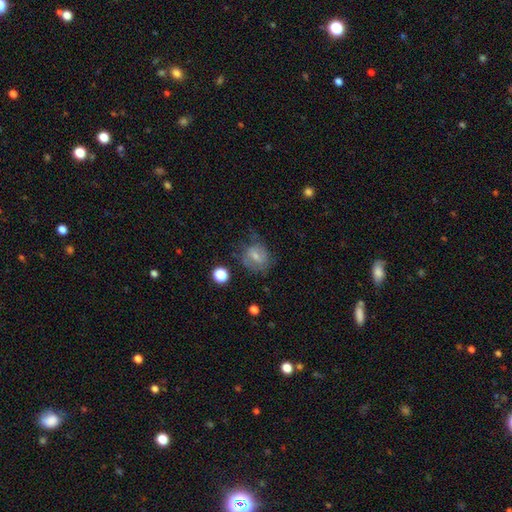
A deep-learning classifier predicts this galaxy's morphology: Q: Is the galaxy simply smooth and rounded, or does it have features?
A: smooth — 57%.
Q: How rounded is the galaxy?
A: round — 62%.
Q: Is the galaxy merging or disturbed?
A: none — 53%.